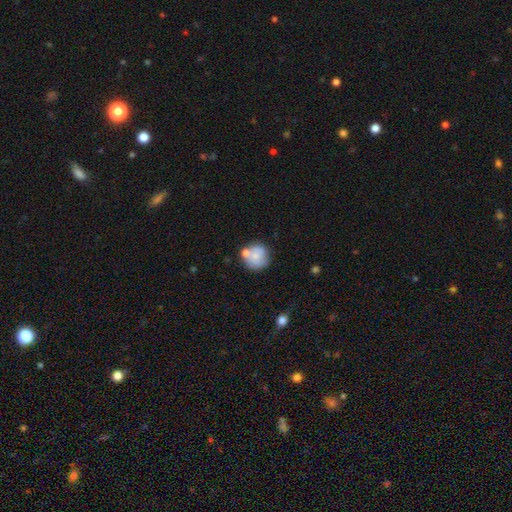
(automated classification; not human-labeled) smooth-or-featured: smooth: 73% | featured or disk: 20% | star or artifact: 8%
  how-rounded: round: 89% | in between: 10% | cigar-shaped: 1%
  merging: none: 57% | merger: 20% | minor disturbance: 17% | major disturbance: 6%